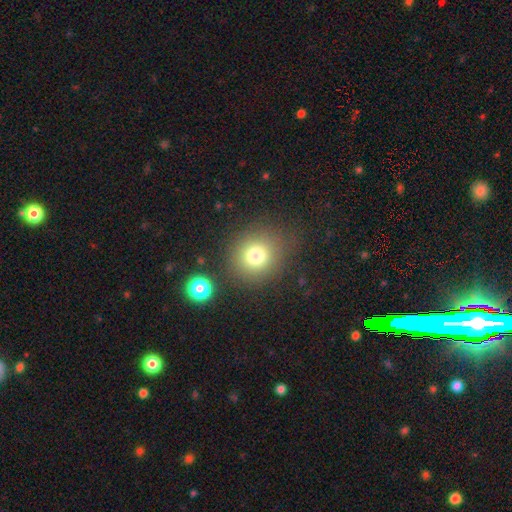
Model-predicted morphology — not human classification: A smooth galaxy with no disk features (77%) that is round (85%). Merging: none (78%).